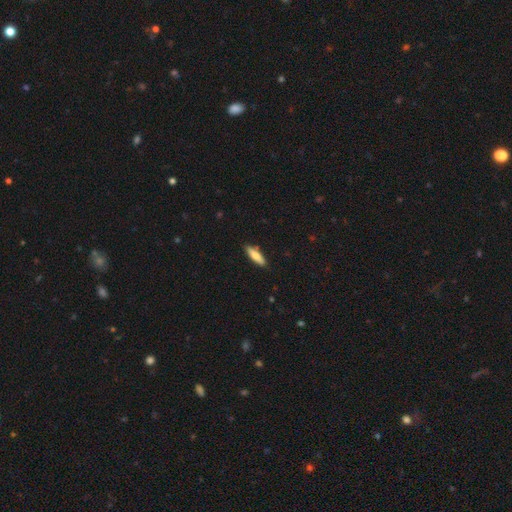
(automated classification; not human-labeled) This appears to be a smooth galaxy with no disk features (74%) that is cigar-shaped (62%). Merging: none (87%).